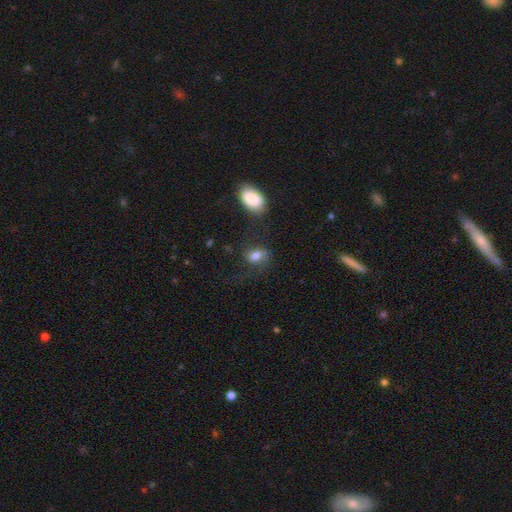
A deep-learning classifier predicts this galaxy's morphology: A smooth galaxy with no disk features (73%) that is in between round and cigar-shaped (74%). Merging: none (55%).